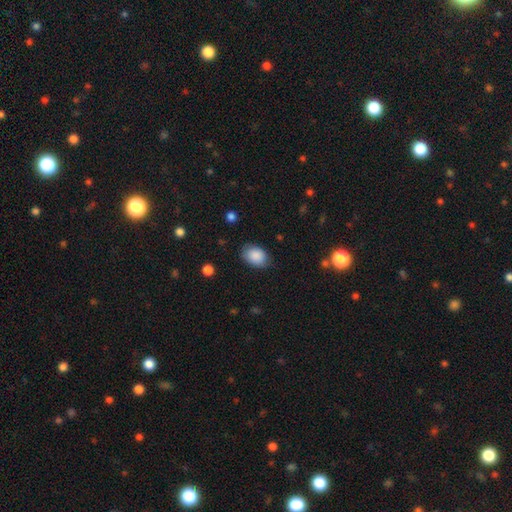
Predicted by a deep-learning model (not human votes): This appears to be a smooth galaxy with no disk features (88%) that is in between round and cigar-shaped (80%). Merging: none (79%).